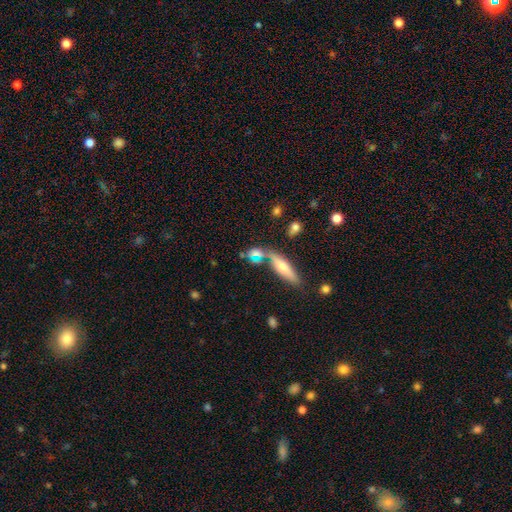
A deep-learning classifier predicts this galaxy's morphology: Q: Smooth or featured?
A: smooth (59%); runner-up: featured or disk (27%)
Q: How rounded?
A: in between (54%); runner-up: cigar-shaped (34%)
Q: Merging?
A: none (47%); runner-up: merger (33%)